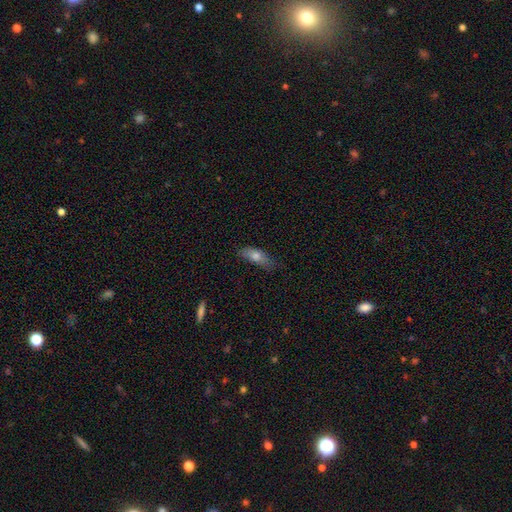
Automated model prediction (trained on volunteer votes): Smooth or featured?
  - smooth: 69% *
  - featured or disk: 23%
  - star or artifact: 8%
How rounded?
  - in between: 59% *
  - cigar-shaped: 37%
  - round: 3%
Merging?
  - none: 69% *
  - minor disturbance: 24%
  - major disturbance: 5%
  - merger: 2%